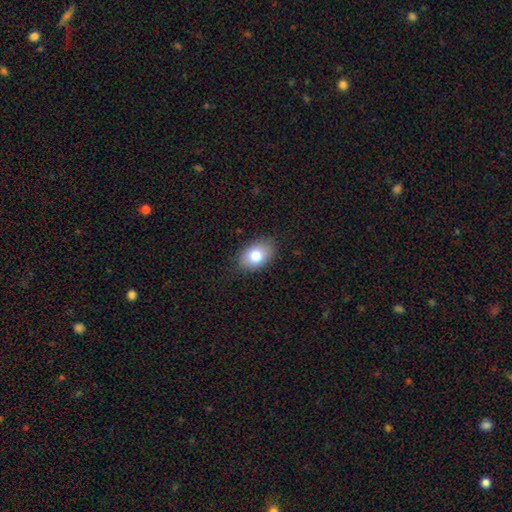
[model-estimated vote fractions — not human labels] smooth 80%, featured or disk 12%, star or artifact 8%. Down the decision tree: how rounded — in between (87%); merging — none (84%).